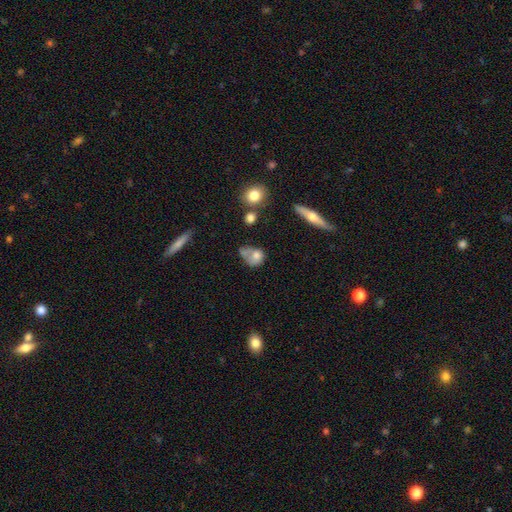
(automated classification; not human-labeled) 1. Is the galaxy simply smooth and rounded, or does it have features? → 65% smooth, 25% featured or disk, 10% star or artifact.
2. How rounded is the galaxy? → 53% in between, 45% round, 2% cigar-shaped.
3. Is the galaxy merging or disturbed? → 26% none (tied), 26% minor disturbance (tied), 26% major disturbance (tied), 21% merger.